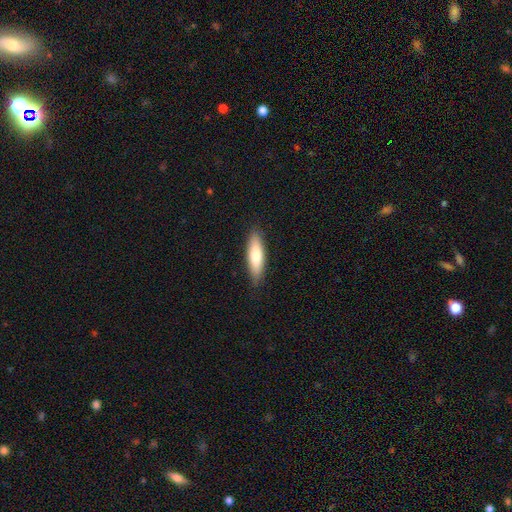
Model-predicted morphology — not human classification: Smooth or featured? Predicted: smooth (p=0.76). How rounded? Predicted: cigar-shaped (p=0.59). Merging? Predicted: none (p=0.86).